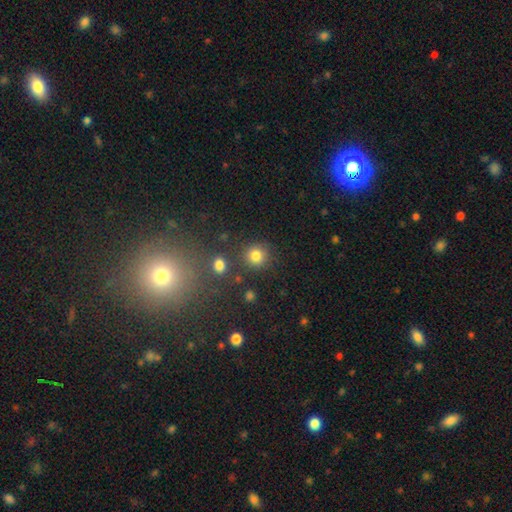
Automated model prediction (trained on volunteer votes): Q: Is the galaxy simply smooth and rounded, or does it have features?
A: smooth — 81%.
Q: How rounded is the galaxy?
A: round — 91%.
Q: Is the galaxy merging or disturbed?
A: none — 81%.